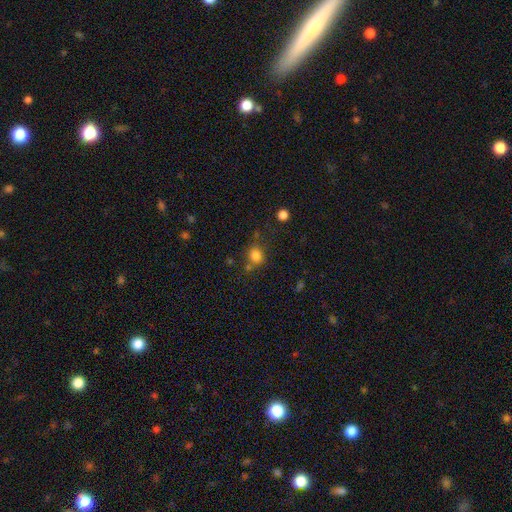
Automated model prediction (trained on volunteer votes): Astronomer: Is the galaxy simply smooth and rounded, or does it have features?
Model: smooth — 81%.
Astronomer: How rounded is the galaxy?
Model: round — 71%.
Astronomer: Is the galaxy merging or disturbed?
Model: none — 66%.